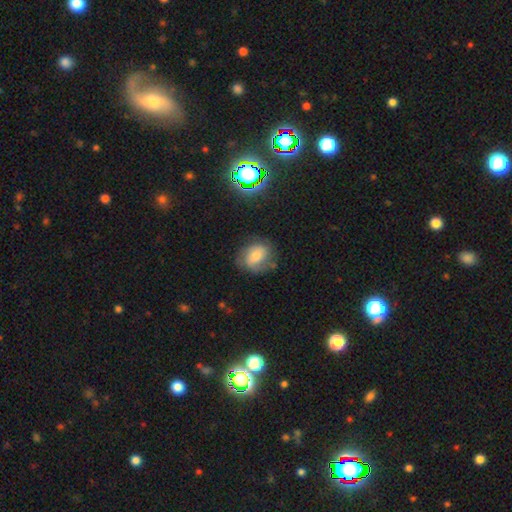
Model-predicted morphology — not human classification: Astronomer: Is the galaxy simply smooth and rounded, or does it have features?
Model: smooth — 47% (runner-up: featured or disk, 41%).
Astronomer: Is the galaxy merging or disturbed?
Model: none — 68%.